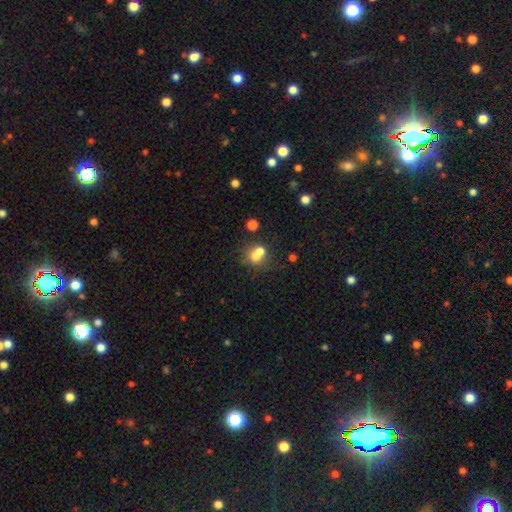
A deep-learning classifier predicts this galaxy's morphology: Overall: smooth (66%). How rounded: round (76%). Merging: merger (51%; none 37%).